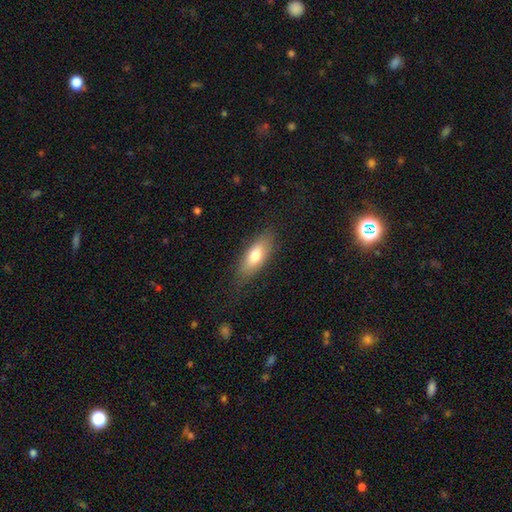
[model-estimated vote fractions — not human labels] Smooth or featured? Predicted: smooth (p=0.73). How rounded? Predicted: in between (p=0.74). Merging? Predicted: none (p=0.78).